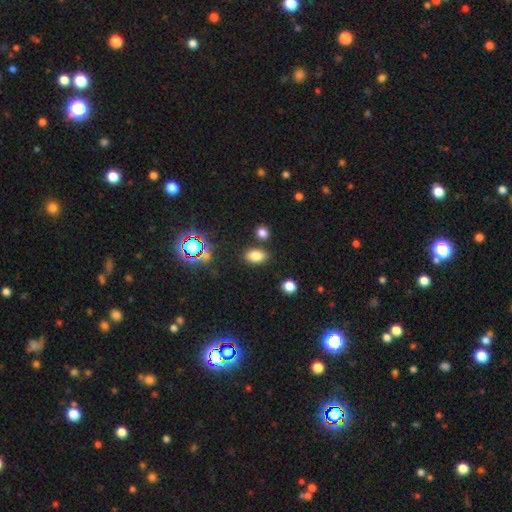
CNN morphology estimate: Q: Smooth or featured?
A: smooth (79%); runner-up: star or artifact (15%)
Q: How rounded?
A: in between (85%); runner-up: round (14%)
Q: Merging?
A: none (80%); runner-up: minor disturbance (10%)